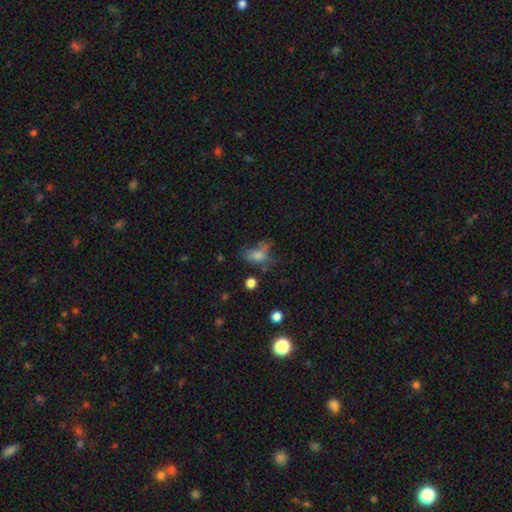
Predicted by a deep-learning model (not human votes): Smooth or featured?
  - smooth: 58% *
  - star or artifact: 22%
  - featured or disk: 20%
How rounded?
  - in between: 70% *
  - round: 26%
  - cigar-shaped: 4%
Merging?
  - none: 40% *
  - major disturbance: 26%
  - minor disturbance: 25%
  - merger: 9%